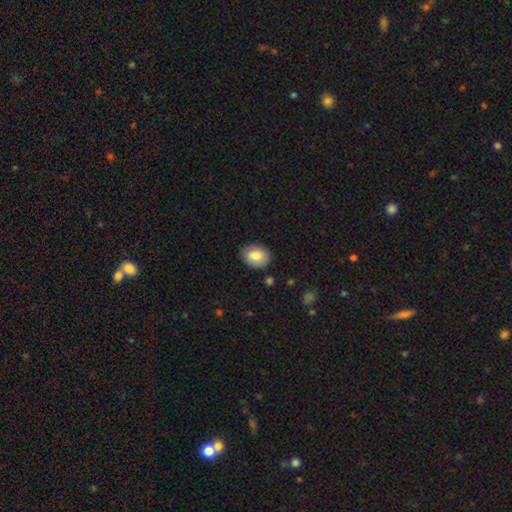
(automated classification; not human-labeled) A smooth galaxy with no disk features (82%) that is in between round and cigar-shaped (58%). Merging: none (83%).